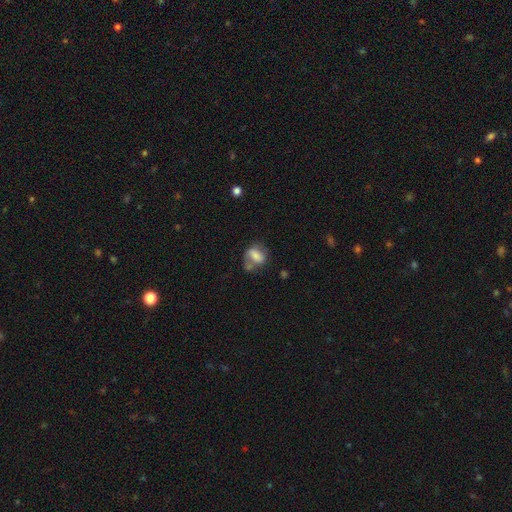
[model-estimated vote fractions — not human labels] This is likely a smooth galaxy (64%). How rounded: likely in between (68%). Merging: marginally none (39%).